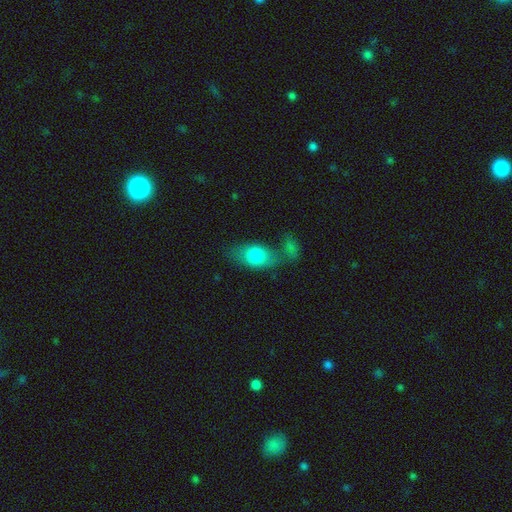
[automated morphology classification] Q: Smooth or featured?
A: smooth (77%); runner-up: featured or disk (16%)
Q: How rounded?
A: in between (82%); runner-up: round (14%)
Q: Merging?
A: none (47%); runner-up: merger (25%)